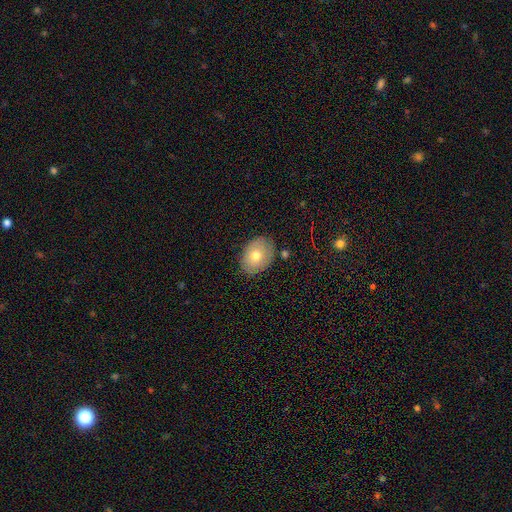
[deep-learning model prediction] A smooth galaxy with no disk features (70%) that is in between round and cigar-shaped (71%).

Vote fractions:
- Smooth or featured? smooth: 70% / featured or disk: 22% / star or artifact: 8%
- How rounded? in between: 71% / round: 28% / cigar-shaped: 1%
- Merging? none: 81% / minor disturbance: 13% / major disturbance: 3% / merger: 3%